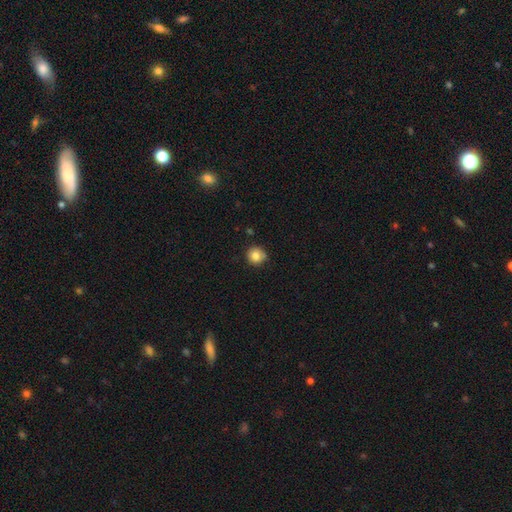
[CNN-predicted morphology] The model was most divided on "merging": none: 79%, minor disturbance: 15%, merger: 3%, major disturbance: 3%. More confident: how rounded — round (92%); smooth or featured — smooth (82%).